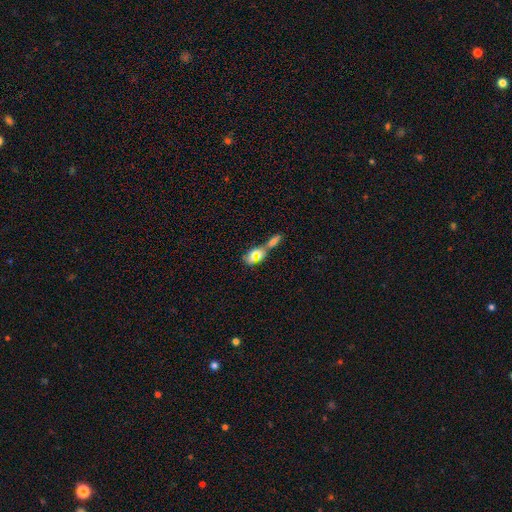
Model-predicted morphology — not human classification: This appears to be a smooth galaxy with no disk features (61%) that is in between round and cigar-shaped (80%). Merging: merger (59%).